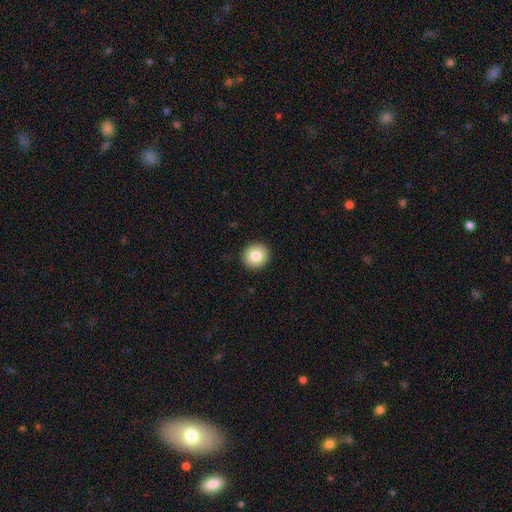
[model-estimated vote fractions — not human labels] smooth-or-featured: smooth: 83% | star or artifact: 9% | featured or disk: 8%
  how-rounded: round: 92% | in between: 7% | cigar-shaped: 1%
  merging: none: 93% | minor disturbance: 5% | major disturbance: 1% | merger: 1%